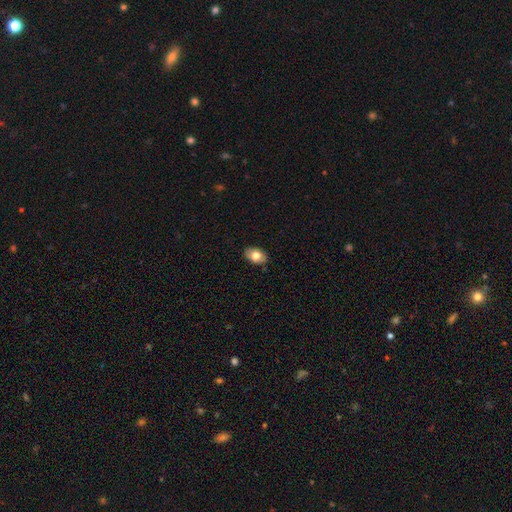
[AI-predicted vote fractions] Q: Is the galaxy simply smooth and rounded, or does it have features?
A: smooth — 77%.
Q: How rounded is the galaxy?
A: in between — 87%.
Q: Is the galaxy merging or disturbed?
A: none — 86%.